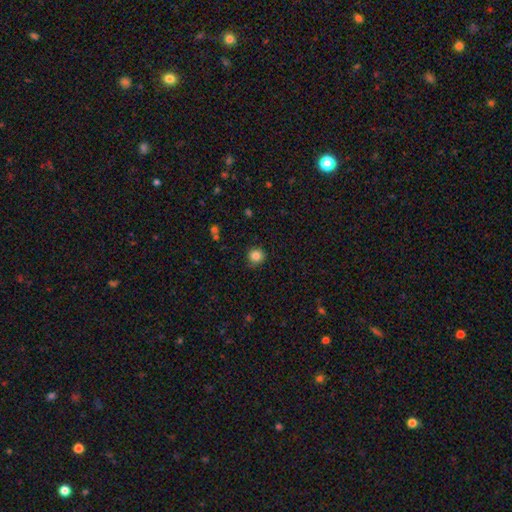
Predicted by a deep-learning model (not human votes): smooth_or_featured: smooth (p=0.85) [alt: star or artifact p=0.11]
how_rounded: round (p=0.92) [alt: in between p=0.07]
merging: none (p=0.85) [alt: minor disturbance p=0.11]